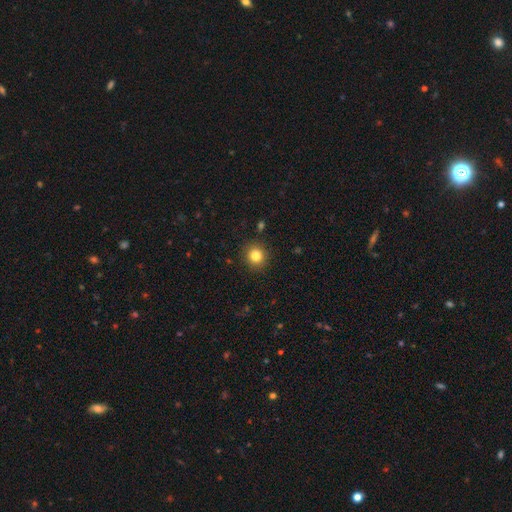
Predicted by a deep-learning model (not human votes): Morphology: type=smooth (82%); roundness=round (91%); merging=none (90%).